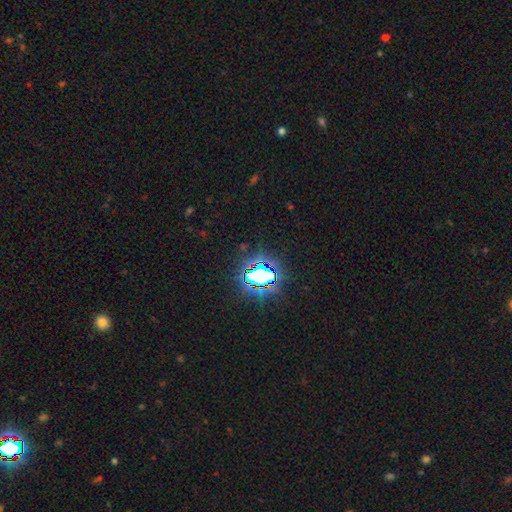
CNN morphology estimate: A star or artifact, not a galaxy (81%).